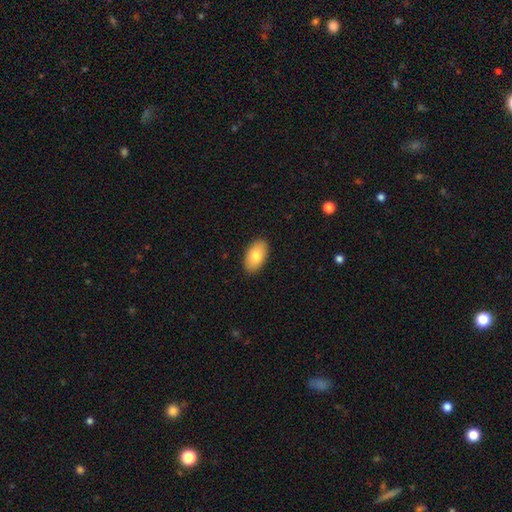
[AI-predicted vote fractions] This appears to be a smooth galaxy with no disk features (80%) that is in between round and cigar-shaped (95%). Merging: none (89%).